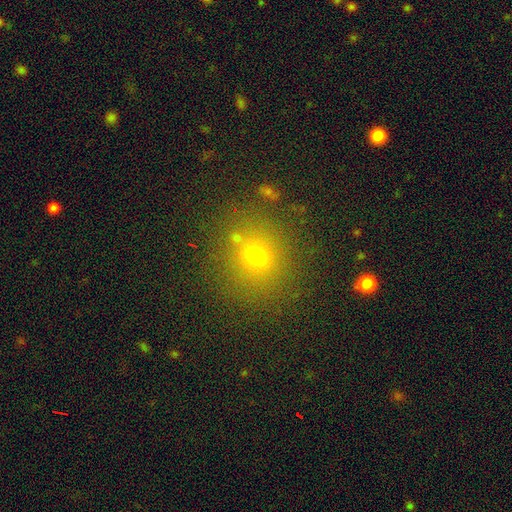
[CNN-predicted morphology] type=smooth (68%); roundness=round (72%); merging=none (78%).